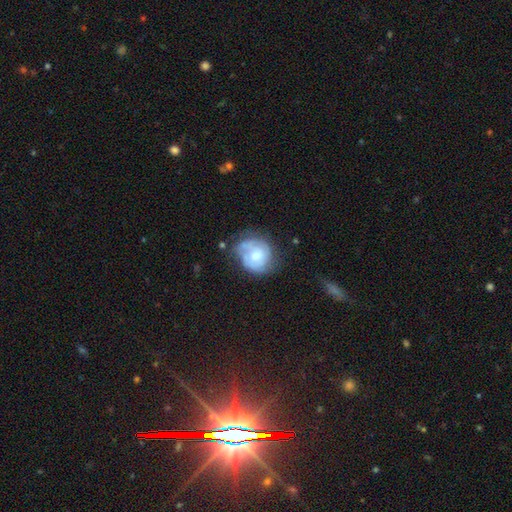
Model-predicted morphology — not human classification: type=featured or disk (52%); edge-on=no (98%); bar=no (77%); spiral arms=yes (64%); bulge=moderate (53%); merging=none (44%).